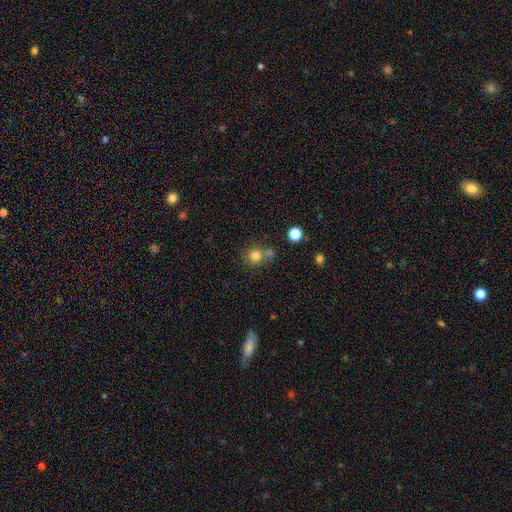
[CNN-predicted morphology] A smooth galaxy with no disk features (79%) that is round (88%). Merging: none (61%).